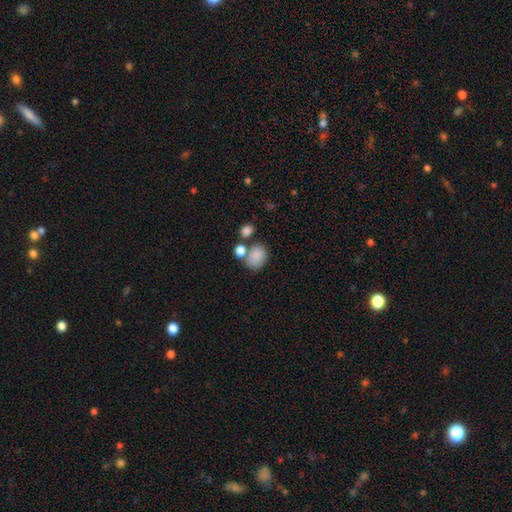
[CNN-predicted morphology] Smooth or featured? Predicted: smooth (p=0.83). How rounded? Predicted: in between (p=0.54). Merging? Predicted: none (p=0.53).